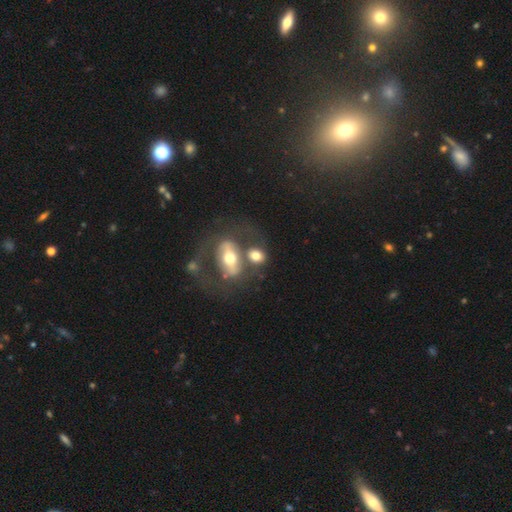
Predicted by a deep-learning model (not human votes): Smooth or featured? smooth (47%)
Merging? none (40%)